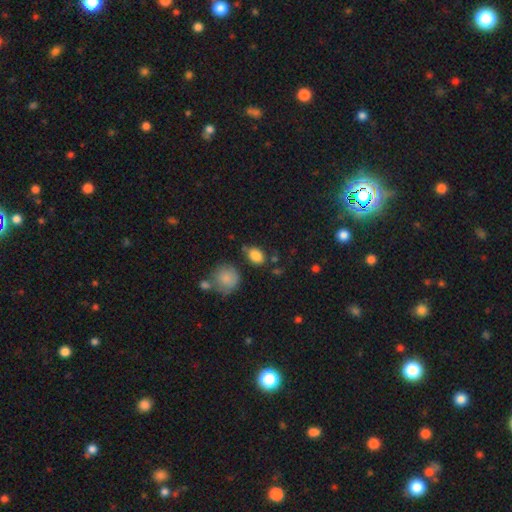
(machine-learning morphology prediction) Smooth or featured? Predicted: smooth (p=0.85). How rounded? Predicted: in between (p=0.74). Merging? Predicted: none (p=0.67).